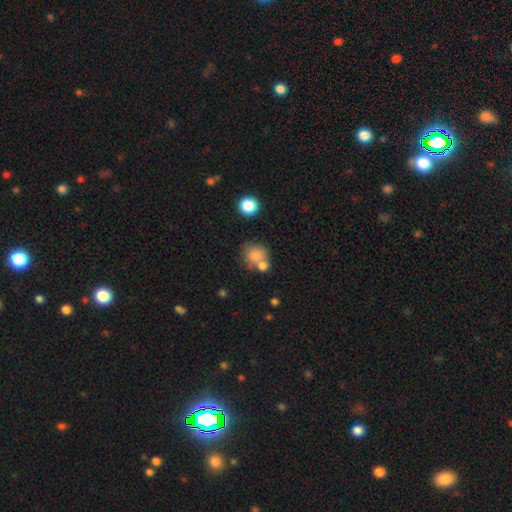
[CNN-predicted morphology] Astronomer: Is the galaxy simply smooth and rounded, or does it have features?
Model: smooth — 77%.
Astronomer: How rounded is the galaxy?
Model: round — 80%.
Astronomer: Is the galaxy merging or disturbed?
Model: none — 48% (runner-up: merger, 33%).